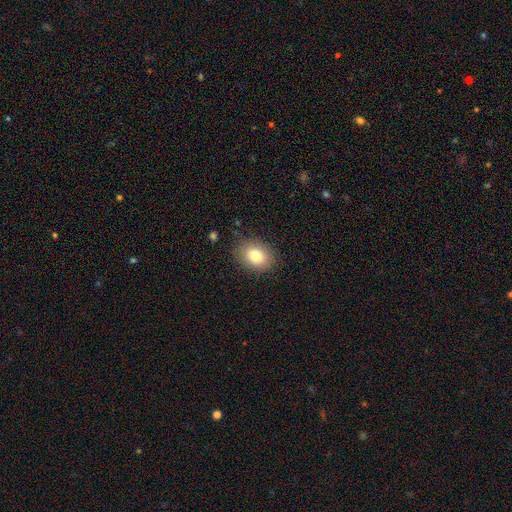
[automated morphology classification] Smooth or featured: smooth — 80% (featured or disk — 11%)
How rounded: in between — 64% (round — 36%)
Merging: none — 85% (minor disturbance — 11%)